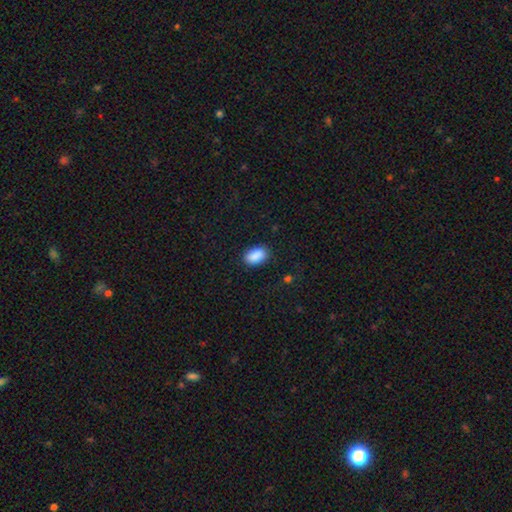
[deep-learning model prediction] Morphology: type=smooth (90%); roundness=in between (92%); merging=none (86%).